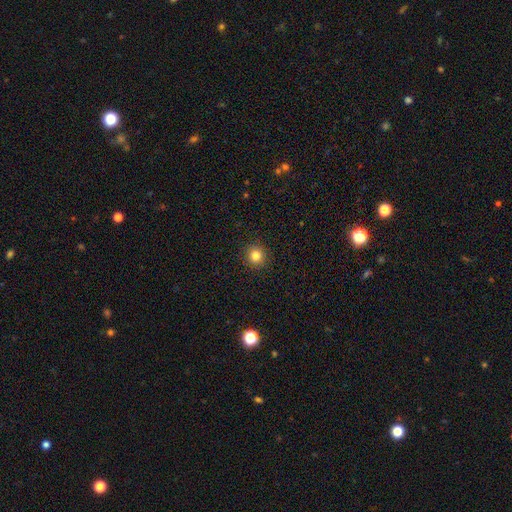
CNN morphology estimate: This is clearly a smooth galaxy (82%). How rounded: clearly round (93%). Merging: clearly none (92%).